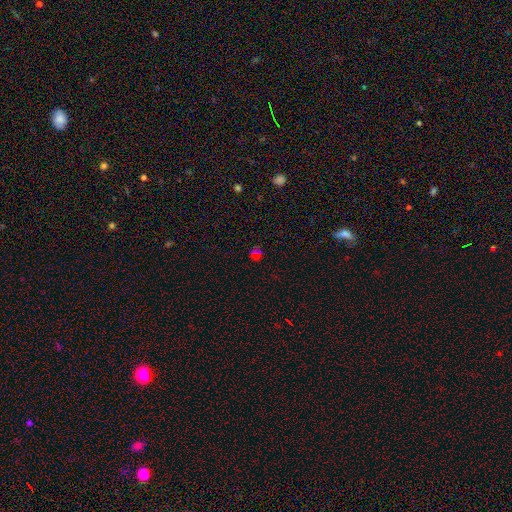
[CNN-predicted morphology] Smooth or featured? smooth (49%)
Merging? none (76%)